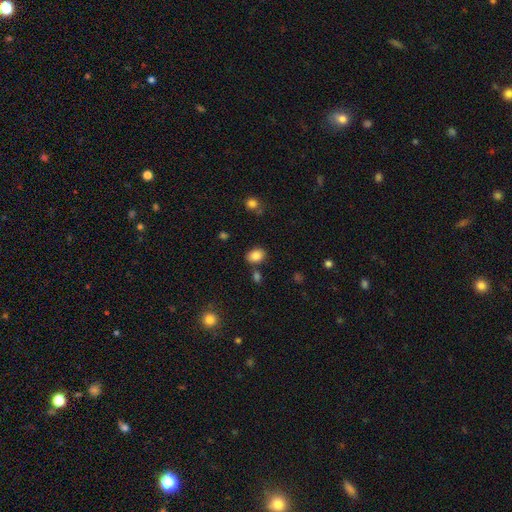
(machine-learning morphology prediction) Q: Smooth or featured?
A: smooth (86%); runner-up: star or artifact (10%)
Q: How rounded?
A: in between (68%); runner-up: round (31%)
Q: Merging?
A: none (77%); runner-up: minor disturbance (12%)